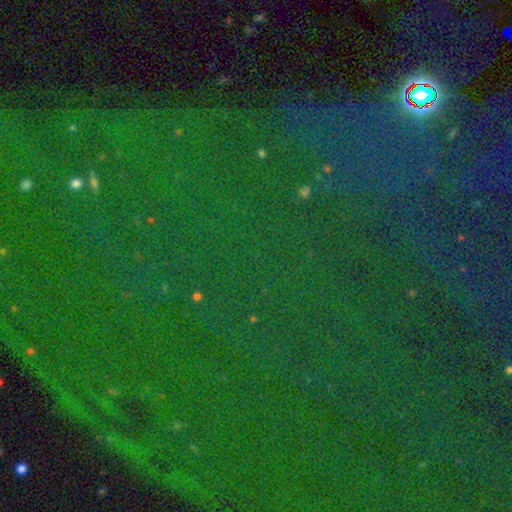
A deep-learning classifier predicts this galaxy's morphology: smooth_or_featured: star or artifact (p=0.81) [alt: smooth p=0.11]